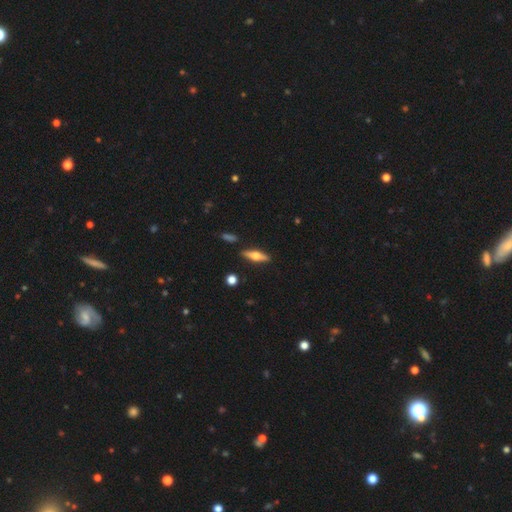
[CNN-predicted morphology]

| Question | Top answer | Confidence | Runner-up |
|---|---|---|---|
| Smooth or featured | featured or disk | 54% | smooth (40%) |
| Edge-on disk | yes | 93% | no (7%) |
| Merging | none | 87% | minor disturbance (9%) |